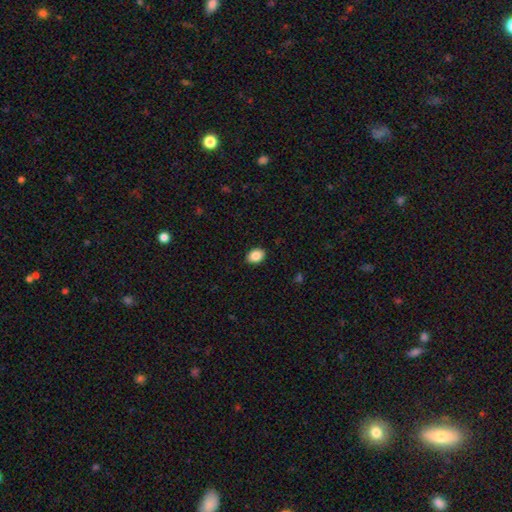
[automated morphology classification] Smooth or featured? Predicted: smooth (p=0.87). How rounded? Predicted: in between (p=0.72). Merging? Predicted: none (p=0.90).